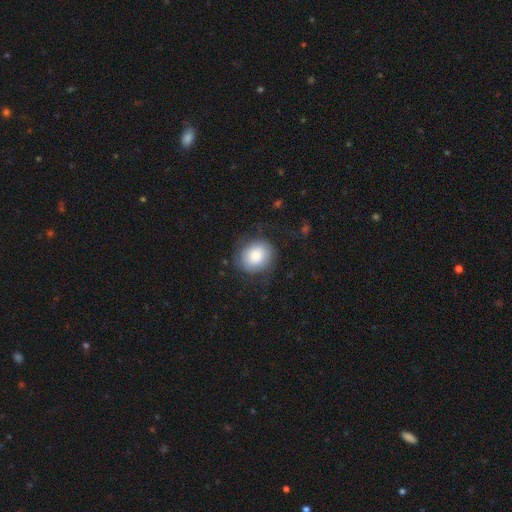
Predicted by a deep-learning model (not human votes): The model was most divided on "merging": none: 70%, minor disturbance: 18%, major disturbance: 10%, merger: 1%. More confident: smooth or featured — smooth (77%); how rounded — round (76%).